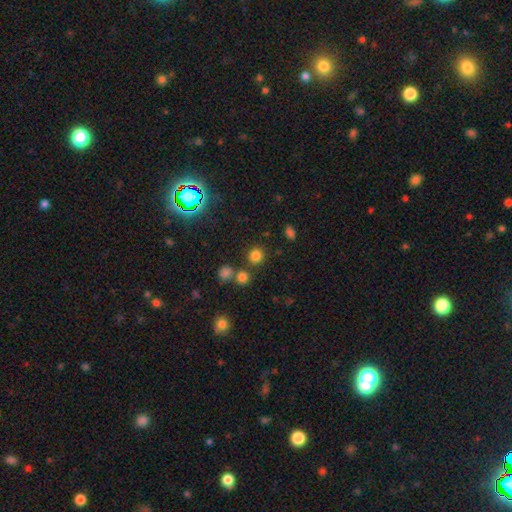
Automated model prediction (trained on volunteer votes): Smooth or featured: smooth — 78% (star or artifact — 17%)
How rounded: round — 90% (in between — 9%)
Merging: none — 79% (merger — 10%)